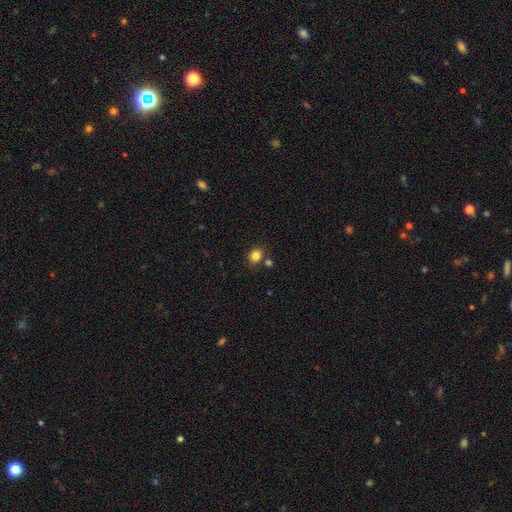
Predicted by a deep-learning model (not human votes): smooth_or_featured: smooth (p=0.83) [alt: star or artifact p=0.12]
how_rounded: round (p=0.66) [alt: in between p=0.33]
merging: none (p=0.77) [alt: minor disturbance p=0.10]